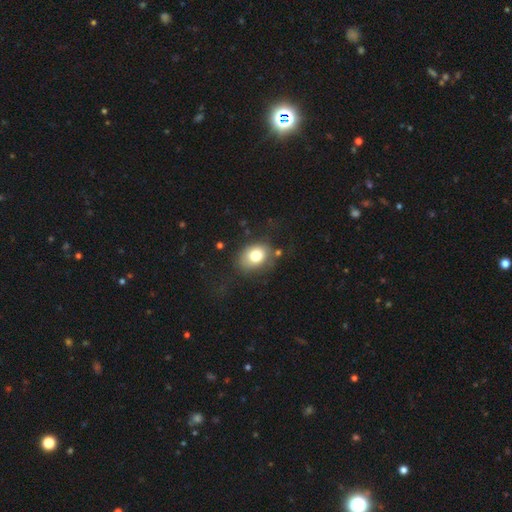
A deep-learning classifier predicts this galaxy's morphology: smooth-or-featured: smooth: 76% | featured or disk: 15% | star or artifact: 9%
  how-rounded: in between: 62% | round: 37% | cigar-shaped: 1%
  merging: none: 69% | minor disturbance: 18% | major disturbance: 9% | merger: 3%